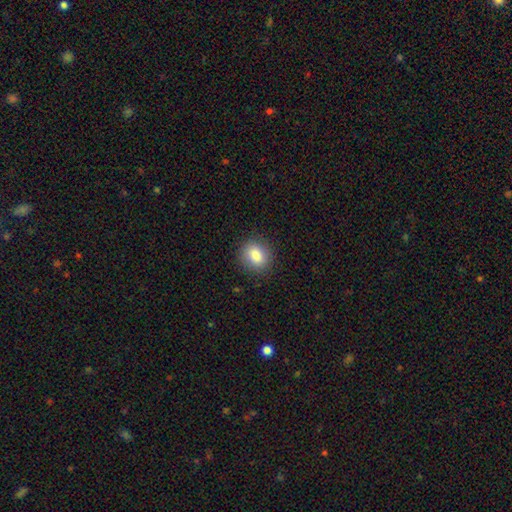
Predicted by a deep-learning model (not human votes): A smooth galaxy with no disk features (84%) that is round (71%).

Vote fractions:
- Smooth or featured? smooth: 84% / star or artifact: 9% / featured or disk: 7%
- How rounded? round: 71% / in between: 28% / cigar-shaped: 1%
- Merging? none: 88% / minor disturbance: 9% / major disturbance: 3% / merger: 1%